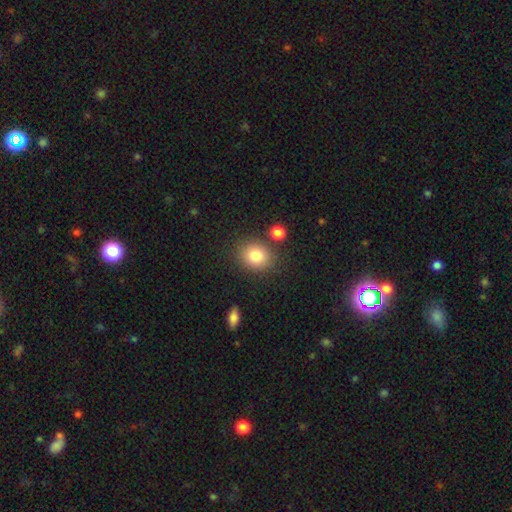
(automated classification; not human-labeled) The model was most divided on "how rounded": round: 66%, in between: 33%, cigar-shaped: 1%. More confident: smooth or featured — smooth (83%); merging — none (79%).